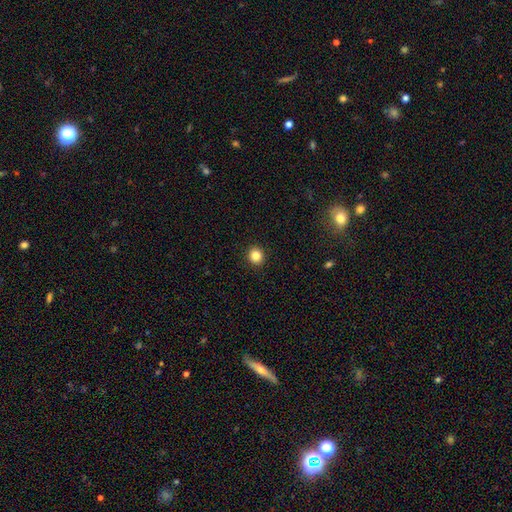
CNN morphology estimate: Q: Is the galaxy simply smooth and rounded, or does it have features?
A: smooth — 85%.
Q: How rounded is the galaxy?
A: round — 87%.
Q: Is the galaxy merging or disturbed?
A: none — 93%.